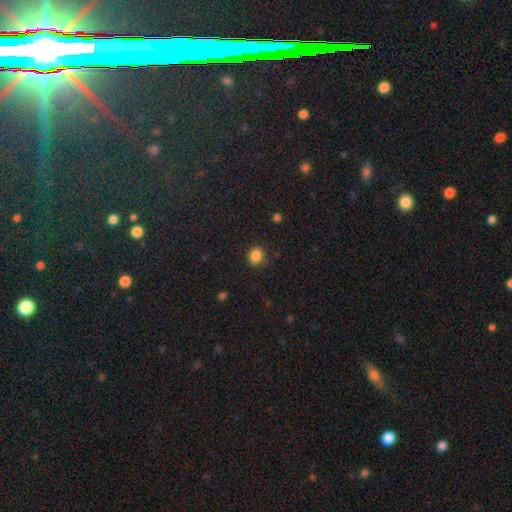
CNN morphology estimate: smooth 86%, star or artifact 11%, featured or disk 4%. Down the decision tree: how rounded — round (50%); merging — none (82%).